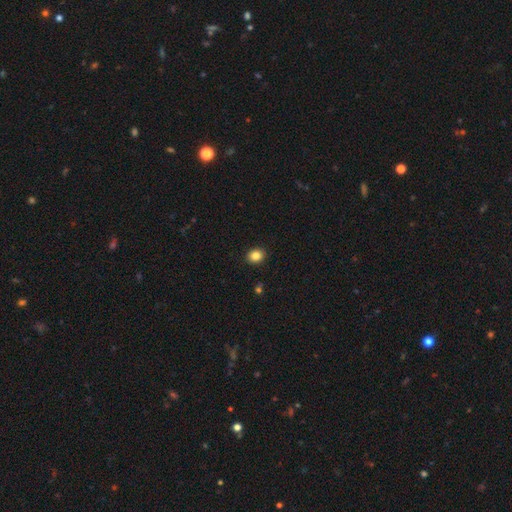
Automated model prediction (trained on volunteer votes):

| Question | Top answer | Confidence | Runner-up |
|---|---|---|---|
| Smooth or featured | smooth | 84% | star or artifact (10%) |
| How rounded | round | 59% | in between (40%) |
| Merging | none | 91% | minor disturbance (7%) |